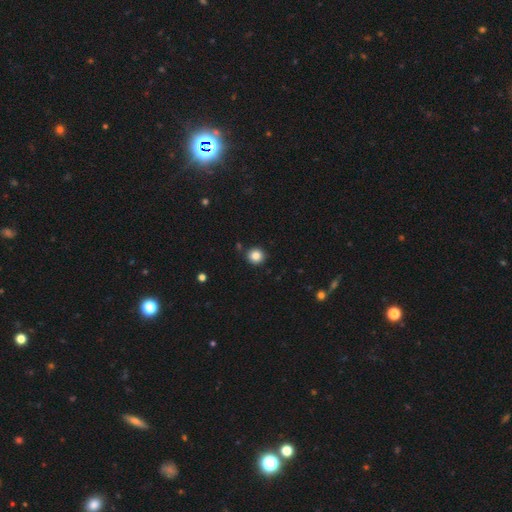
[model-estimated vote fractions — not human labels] A smooth galaxy with no disk features (85%) that is round (90%). Merging: none (88%).